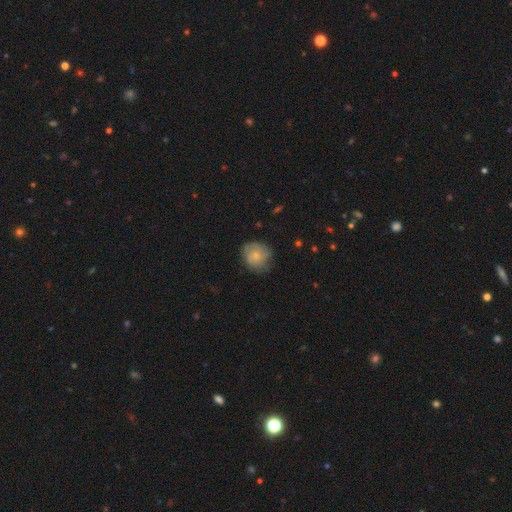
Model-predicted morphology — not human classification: smooth_or_featured: smooth (p=0.63) [alt: featured or disk p=0.29]
how_rounded: round (p=0.79) [alt: in between p=0.20]
merging: none (p=0.65) [alt: minor disturbance p=0.26]